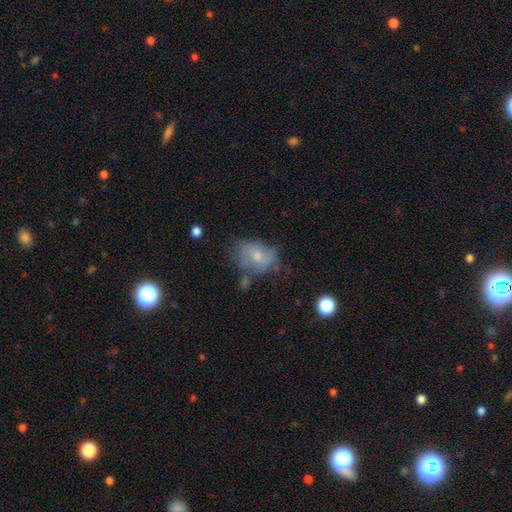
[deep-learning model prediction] Smooth or featured? smooth (49%)
Merging? none (49%)